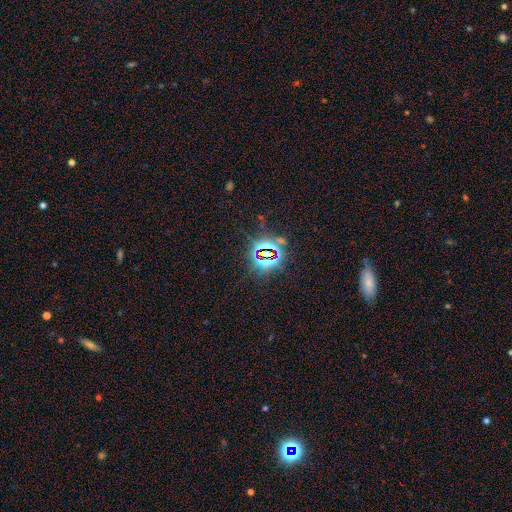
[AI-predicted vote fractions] A star or artifact, not a galaxy (79%).